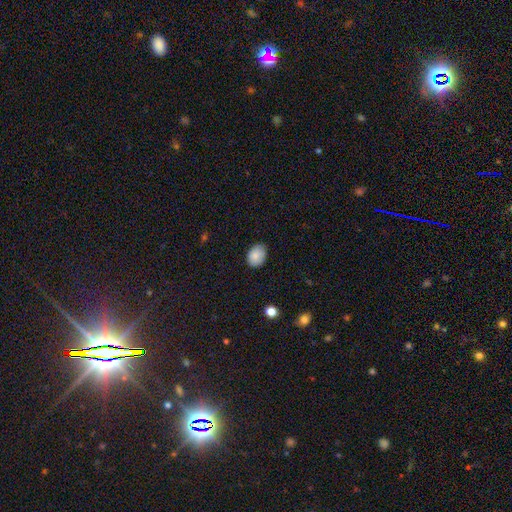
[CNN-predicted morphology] Smooth or featured: smooth — 86% (star or artifact — 8%)
How rounded: in between — 70% (round — 29%)
Merging: none — 79% (minor disturbance — 17%)